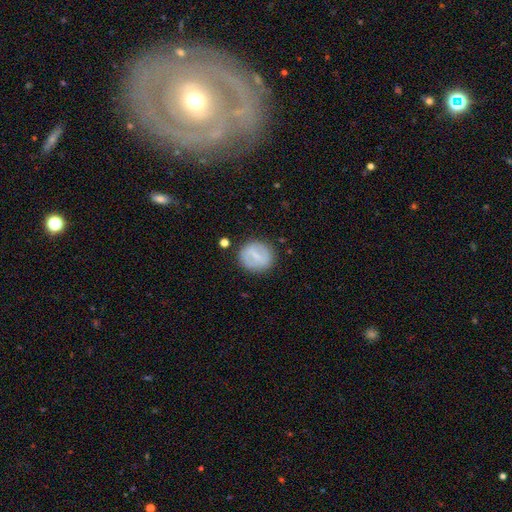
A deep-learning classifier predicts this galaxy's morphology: Overall: smooth (48%; featured or disk 45%). Merging: none (83%).